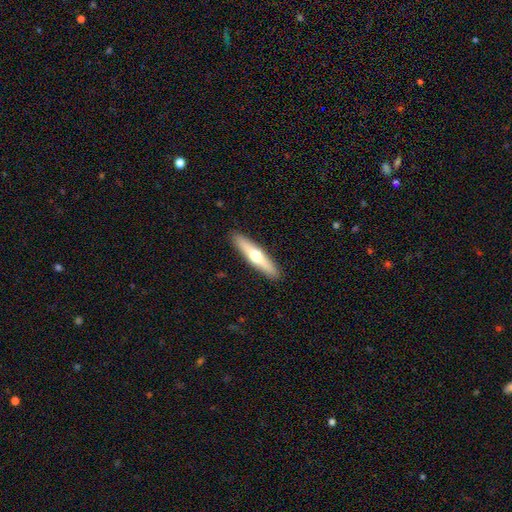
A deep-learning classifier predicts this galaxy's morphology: Smooth or featured?
  - smooth: 48% *
  - featured or disk: 47%
  - star or artifact: 5%
Merging?
  - none: 91% *
  - minor disturbance: 6%
  - major disturbance: 1%
  - merger: 1%